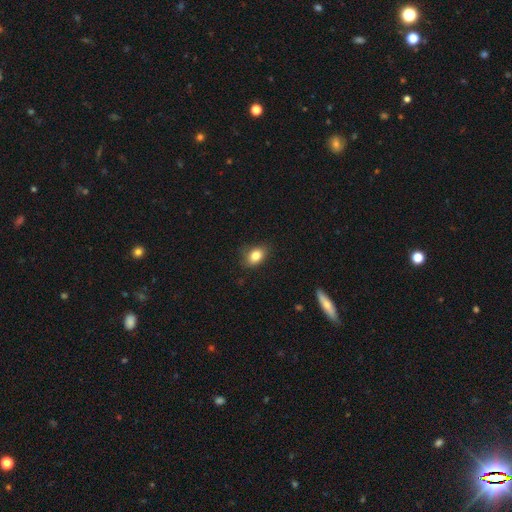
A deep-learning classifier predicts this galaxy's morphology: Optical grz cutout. It shows a smooth galaxy with no disk features (82%) that is in between round and cigar-shaped (76%). Merging: none (79%).